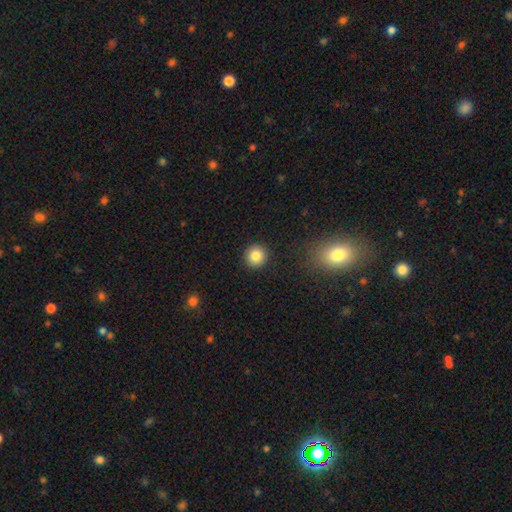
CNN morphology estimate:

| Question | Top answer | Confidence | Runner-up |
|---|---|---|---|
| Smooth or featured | smooth | 83% | star or artifact (10%) |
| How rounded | round | 94% | in between (5%) |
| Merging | none | 92% | minor disturbance (5%) |